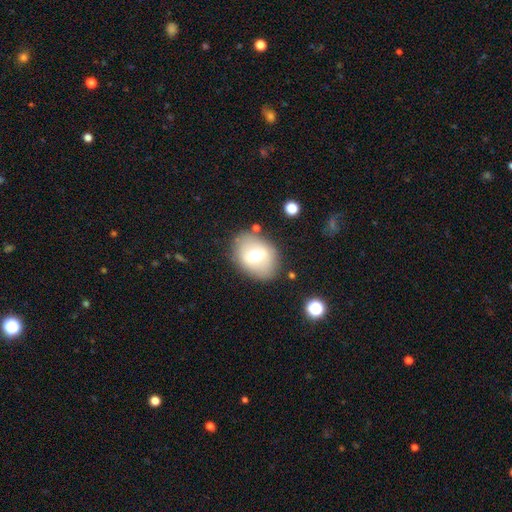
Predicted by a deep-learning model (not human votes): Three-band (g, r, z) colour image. It shows a smooth galaxy with no disk features (60%) that is in between round and cigar-shaped (67%). Merging: none (79%).